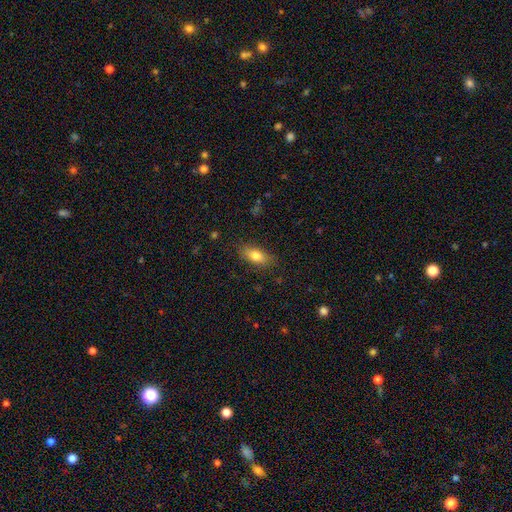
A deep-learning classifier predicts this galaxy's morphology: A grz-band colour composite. It shows a smooth galaxy with no disk features (77%) that is in between round and cigar-shaped (80%). Merging: none (83%).